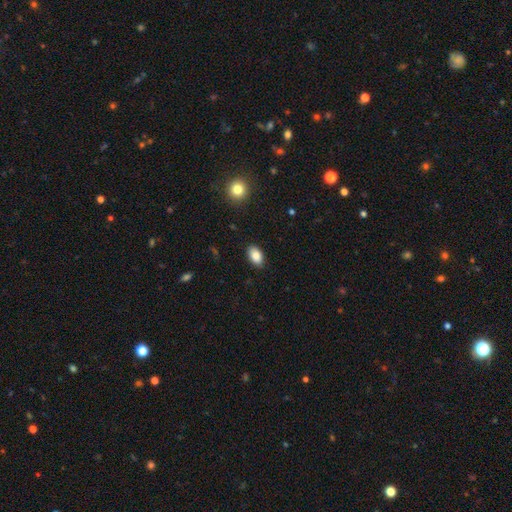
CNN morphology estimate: This is clearly a smooth galaxy (86%). How rounded: clearly in between (91%). Merging: clearly none (88%).